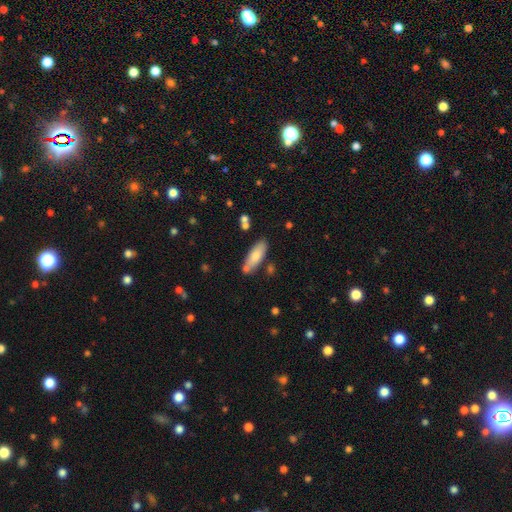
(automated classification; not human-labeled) smooth 78%, featured or disk 15%, star or artifact 6%. Down the decision tree: how rounded — in between (59%); merging — none (75%).